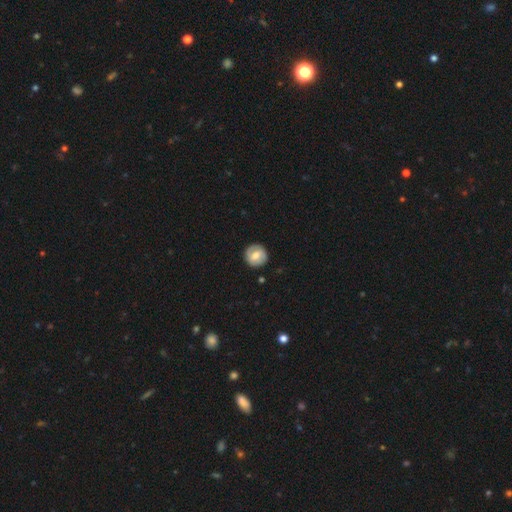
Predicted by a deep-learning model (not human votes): This is possibly a smooth galaxy (50%). How rounded: clearly round (91%). Merging: clearly none (86%).